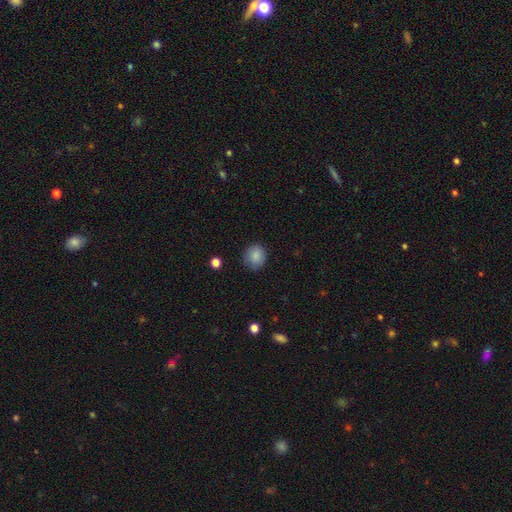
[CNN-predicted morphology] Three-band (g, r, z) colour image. It shows a smooth galaxy with no disk features (86%) that is round (77%). Merging: none (80%).